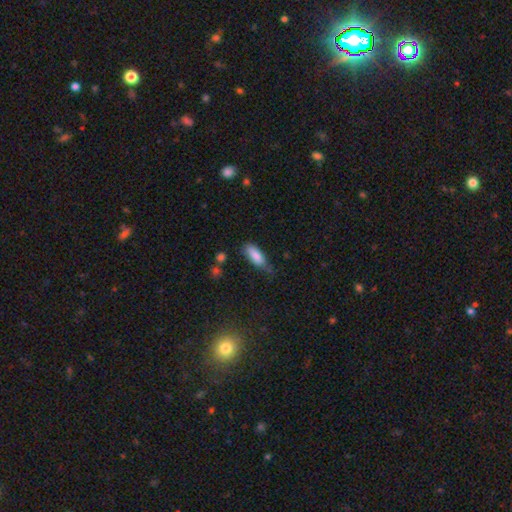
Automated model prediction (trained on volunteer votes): smooth-or-featured: smooth: 82% | featured or disk: 10% | star or artifact: 7%
  how-rounded: in between: 73% | cigar-shaped: 25% | round: 2%
  merging: none: 45% | minor disturbance: 39% | major disturbance: 13% | merger: 4%